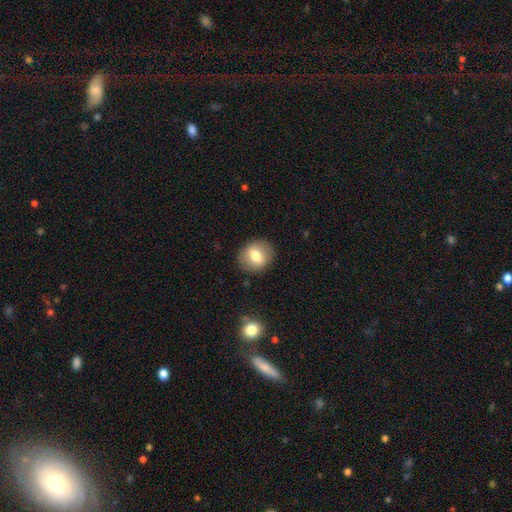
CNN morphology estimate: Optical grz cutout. It shows a smooth galaxy with no disk features (70%) that is round (72%). Merging: none (87%).